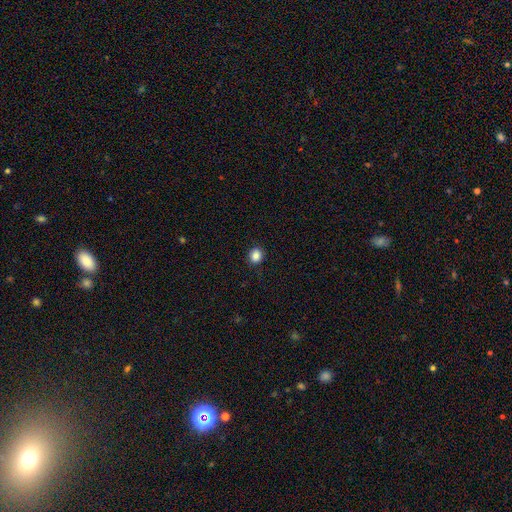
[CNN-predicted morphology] This appears to be a smooth galaxy with no disk features (86%) that is round (81%). Merging: none (90%).